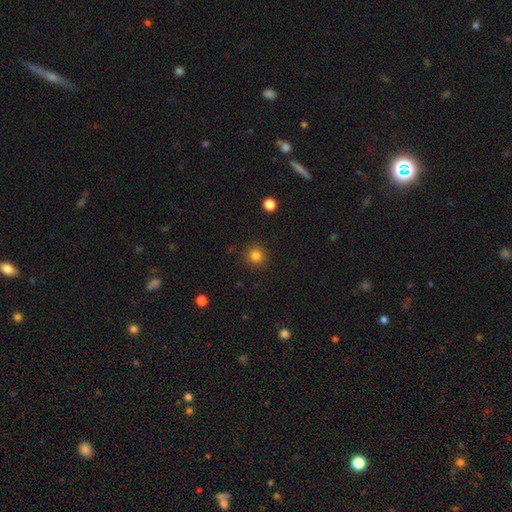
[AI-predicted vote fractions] smooth_or_featured: smooth (p=0.83) [alt: star or artifact p=0.13]
how_rounded: round (p=0.94) [alt: in between p=0.05]
merging: none (p=0.90) [alt: minor disturbance p=0.07]